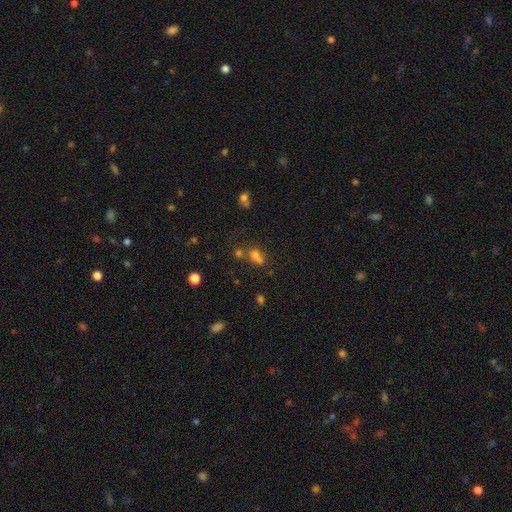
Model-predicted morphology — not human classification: smooth-or-featured: smooth: 66% | star or artifact: 20% | featured or disk: 14%
  how-rounded: round: 58% | in between: 40% | cigar-shaped: 2%
  merging: merger: 48% | none: 35% | minor disturbance: 11% | major disturbance: 6%